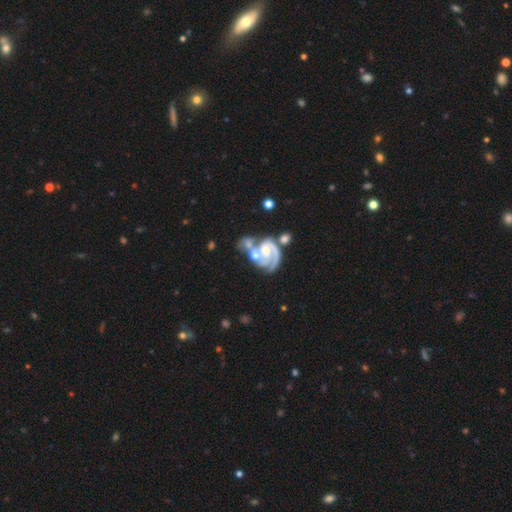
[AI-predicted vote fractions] The model was most divided on "spiral winding": tight: 46%, medium: 39%, loose: 15%. Remaining: edge-on disk — no (98%); spiral arms — yes (90%); smooth or featured — featured or disk (84%); bar — no (55%); merging — merger (50%); bulge size — moderate (49%); spiral arm count — 2 (49%).